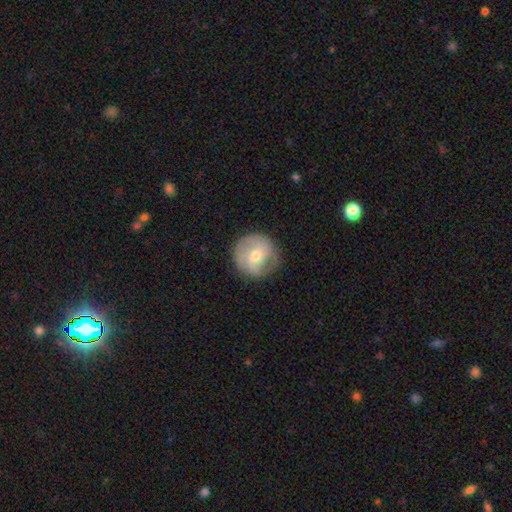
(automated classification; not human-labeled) Smooth or featured?
  - featured or disk: 58% *
  - smooth: 35%
  - star or artifact: 7%
Edge-on disk?
  - no: 97% *
  - yes: 3%
Bar?
  - weak: 45% *
  - no: 38%
  - strong: 16%
Spiral arms?
  - yes: 77% *
  - no: 23%
Bulge size?
  - moderate: 54% *
  - small: 41%
  - large: 2%
  - none: 1%
  - dominant: 1%
Merging?
  - none: 79% *
  - minor disturbance: 14%
  - major disturbance: 5%
  - merger: 1%